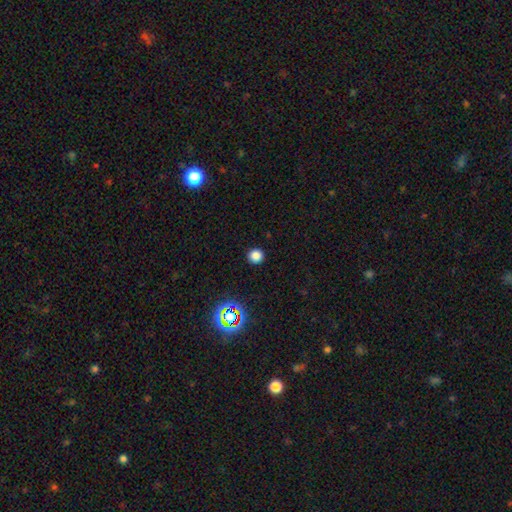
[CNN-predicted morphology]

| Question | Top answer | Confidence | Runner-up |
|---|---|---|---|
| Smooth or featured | smooth | 80% | star or artifact (17%) |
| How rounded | round | 94% | in between (5%) |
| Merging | none | 92% | minor disturbance (5%) |